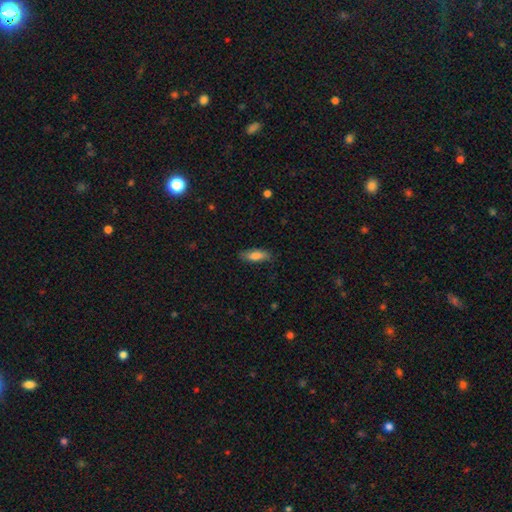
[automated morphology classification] Smooth or featured? smooth (80%)
How rounded? in between (63%)
Merging? none (82%)